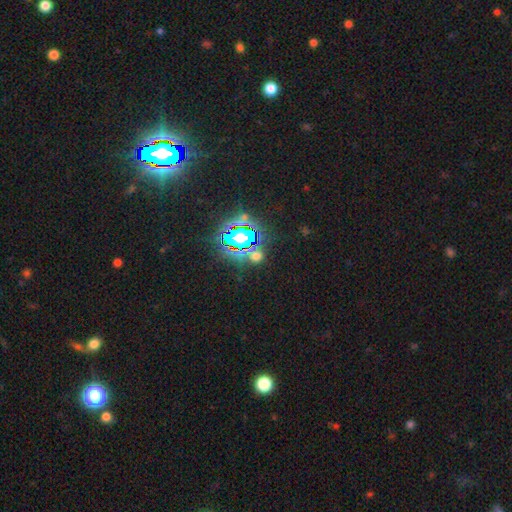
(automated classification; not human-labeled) star or artifact 58%, smooth 33%, featured or disk 9%.